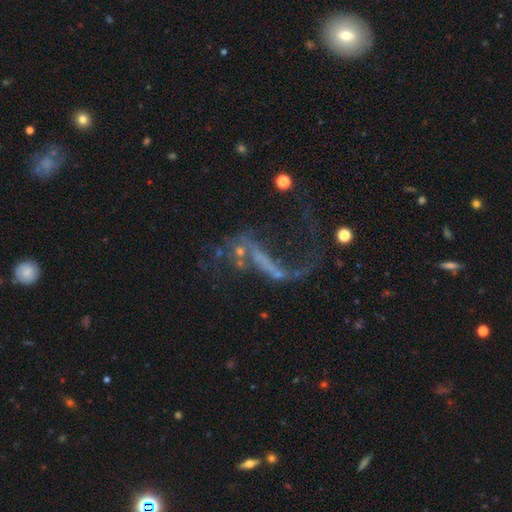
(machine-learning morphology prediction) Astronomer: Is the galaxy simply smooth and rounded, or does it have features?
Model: featured or disk — 66%.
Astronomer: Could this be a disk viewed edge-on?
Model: no — 91%.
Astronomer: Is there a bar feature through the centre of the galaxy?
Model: no — 48% (runner-up: strong, 28%).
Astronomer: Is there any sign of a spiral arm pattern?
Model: yes — 54% (runner-up: no, 46%).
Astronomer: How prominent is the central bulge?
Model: none — 64%.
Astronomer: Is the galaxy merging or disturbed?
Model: major disturbance — 43% (runner-up: none, 31%).